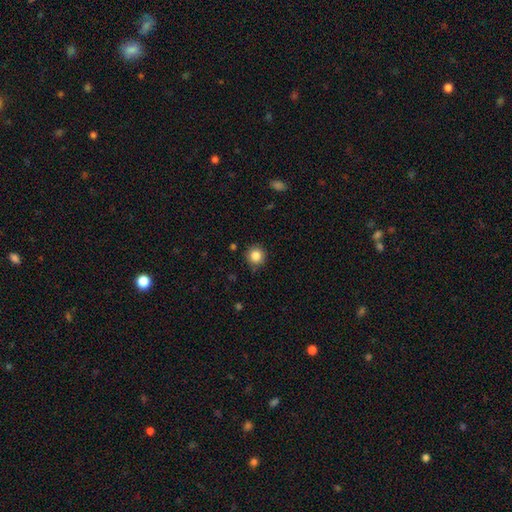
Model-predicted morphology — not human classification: Overall: smooth (84%). How rounded: round (94%). Merging: none (88%).